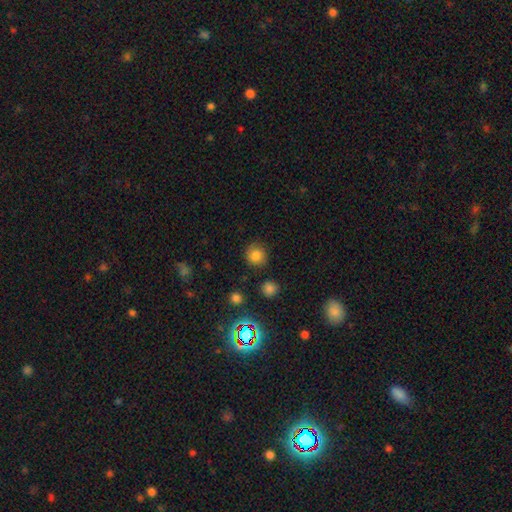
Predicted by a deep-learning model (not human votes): Smooth or featured? smooth (80%)
How rounded? round (88%)
Merging? none (84%)